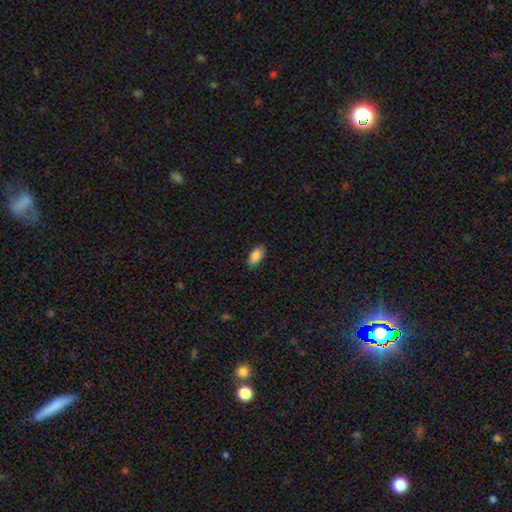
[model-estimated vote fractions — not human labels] A smooth galaxy with no disk features (88%) that is in between round and cigar-shaped (92%). Merging: none (88%).